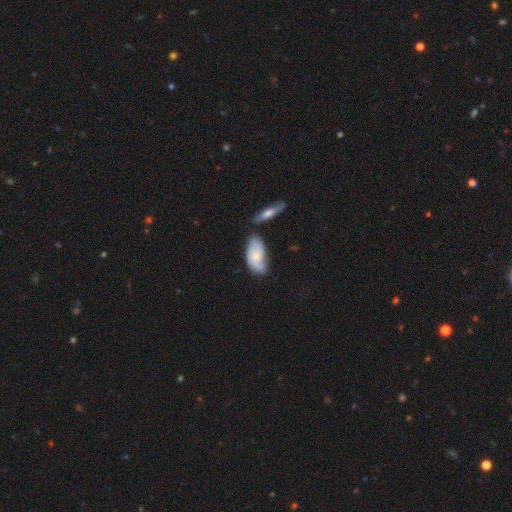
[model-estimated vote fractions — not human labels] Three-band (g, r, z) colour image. It shows a smooth galaxy with no disk features (50%) that is in between round and cigar-shaped (91%). Merging: none (49%).